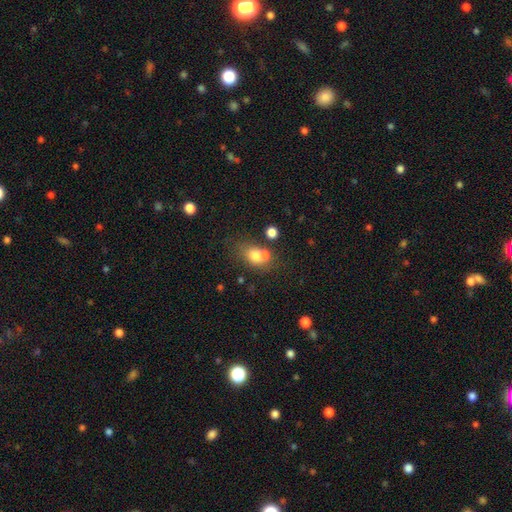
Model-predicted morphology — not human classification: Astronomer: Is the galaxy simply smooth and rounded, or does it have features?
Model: smooth — 72%.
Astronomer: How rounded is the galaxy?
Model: in between — 54% (runner-up: round, 44%).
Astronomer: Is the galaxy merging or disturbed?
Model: none — 44% (runner-up: merger, 38%).